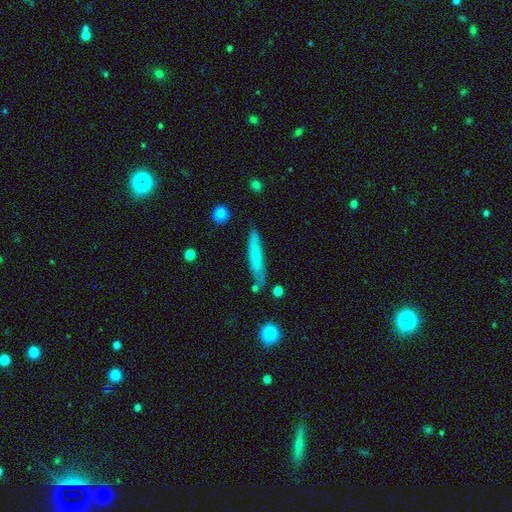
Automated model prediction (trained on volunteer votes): smooth 66%, featured or disk 28%, star or artifact 6%. Down the decision tree: how rounded — cigar-shaped (91%); merging — none (79%).